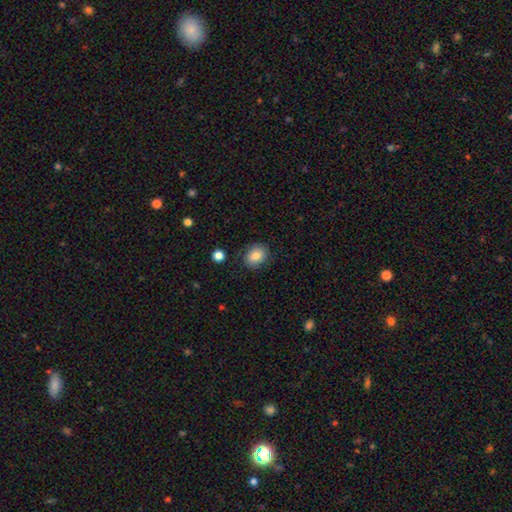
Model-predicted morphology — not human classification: Smooth or featured? Predicted: smooth (p=0.80). How rounded? Predicted: round (p=0.54). Merging? Predicted: none (p=0.80).